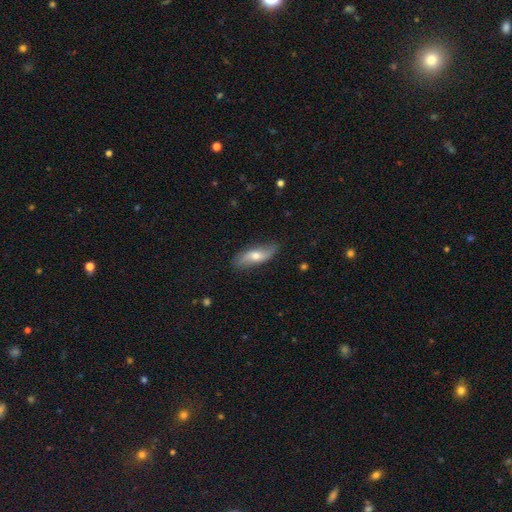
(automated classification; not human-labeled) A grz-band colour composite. It shows a featured or disk galaxy (55%). Merging: none (78%).